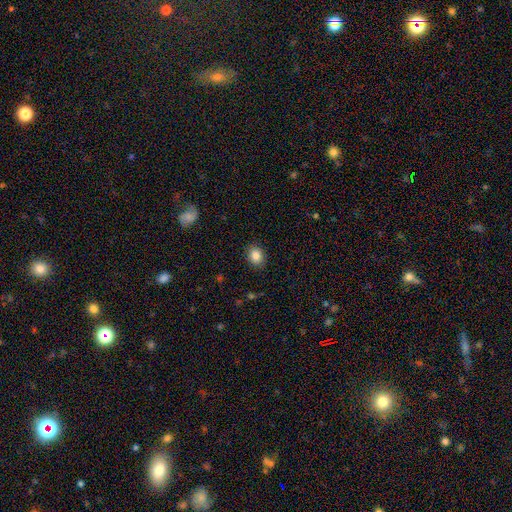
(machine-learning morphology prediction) smooth_or_featured: smooth (p=0.85) [alt: star or artifact p=0.09]
how_rounded: round (p=0.51) [alt: in between p=0.48]
merging: none (p=0.88) [alt: minor disturbance p=0.08]